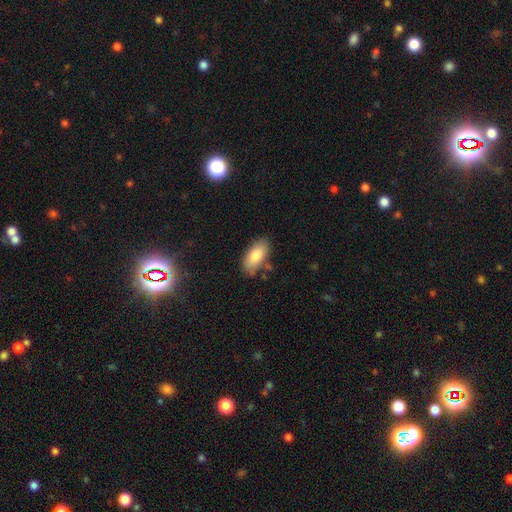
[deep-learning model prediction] A smooth galaxy with no disk features (80%) that is in between round and cigar-shaped (91%).

Vote fractions:
- Smooth or featured? smooth: 80% / featured or disk: 13% / star or artifact: 7%
- How rounded? in between: 91% / cigar-shaped: 6% / round: 3%
- Merging? none: 76% / minor disturbance: 16% / merger: 4% / major disturbance: 4%